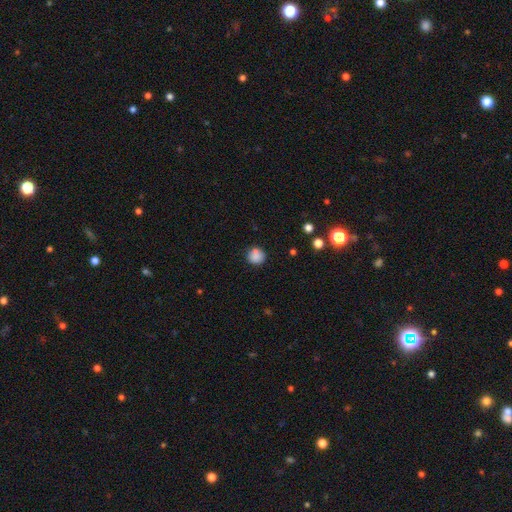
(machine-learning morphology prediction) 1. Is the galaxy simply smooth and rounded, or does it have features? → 85% smooth, 10% star or artifact, 5% featured or disk.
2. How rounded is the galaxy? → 89% round, 10% in between, 1% cigar-shaped.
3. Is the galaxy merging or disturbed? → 77% none, 15% minor disturbance, 5% merger, 4% major disturbance.